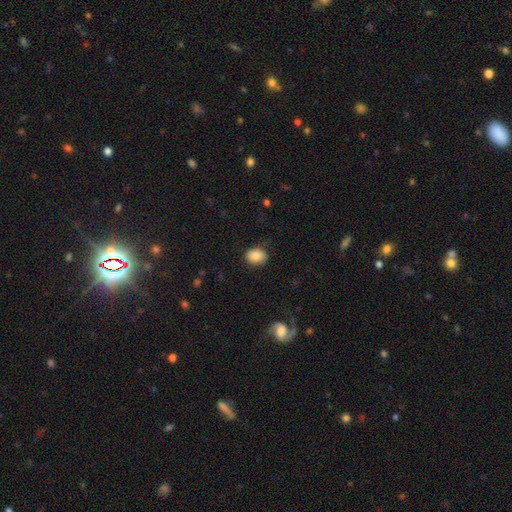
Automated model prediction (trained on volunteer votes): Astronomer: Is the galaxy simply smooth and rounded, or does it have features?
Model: smooth — 81%.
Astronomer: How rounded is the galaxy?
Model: in between — 56% (runner-up: round, 43%).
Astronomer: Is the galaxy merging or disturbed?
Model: none — 83%.